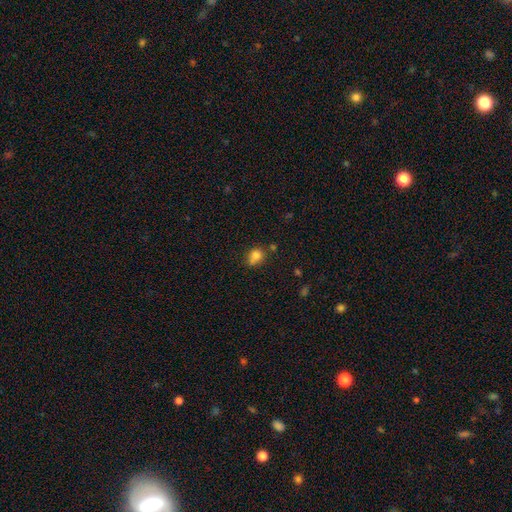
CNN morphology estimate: smooth-or-featured: smooth: 79% | star or artifact: 12% | featured or disk: 9%
  how-rounded: round: 69% | in between: 29% | cigar-shaped: 1%
  merging: none: 51% | merger: 21% | minor disturbance: 21% | major disturbance: 6%